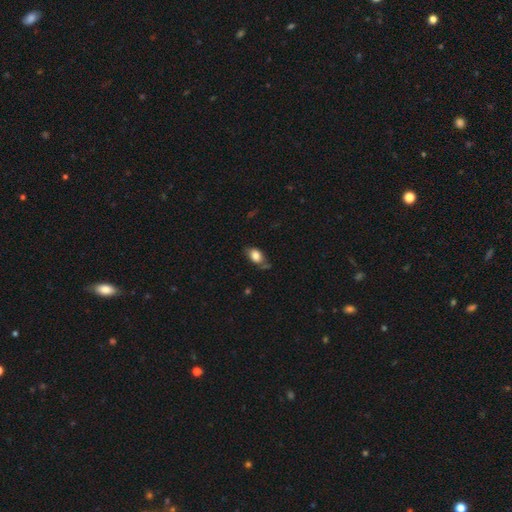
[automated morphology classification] A smooth galaxy with no disk features (80%) that is in between round and cigar-shaped (84%).

Vote fractions:
- Smooth or featured? smooth: 80% / featured or disk: 12% / star or artifact: 8%
- How rounded? in between: 84% / round: 14% / cigar-shaped: 2%
- Merging? none: 60% / minor disturbance: 28% / major disturbance: 8% / merger: 4%